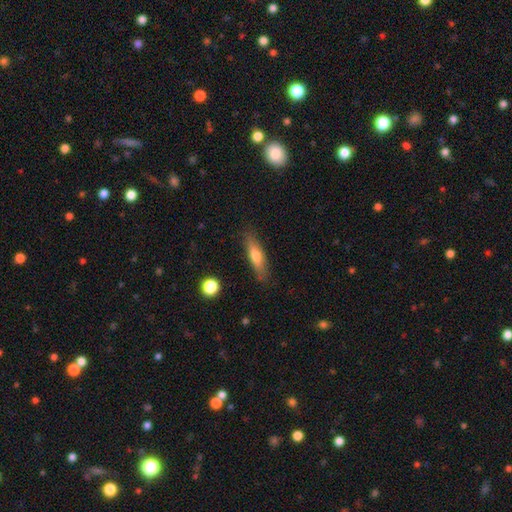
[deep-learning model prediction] Smooth or featured?
  - smooth: 64% *
  - featured or disk: 29%
  - star or artifact: 7%
How rounded?
  - cigar-shaped: 70% *
  - in between: 28%
  - round: 2%
Merging?
  - none: 83% *
  - minor disturbance: 12%
  - major disturbance: 3%
  - merger: 2%